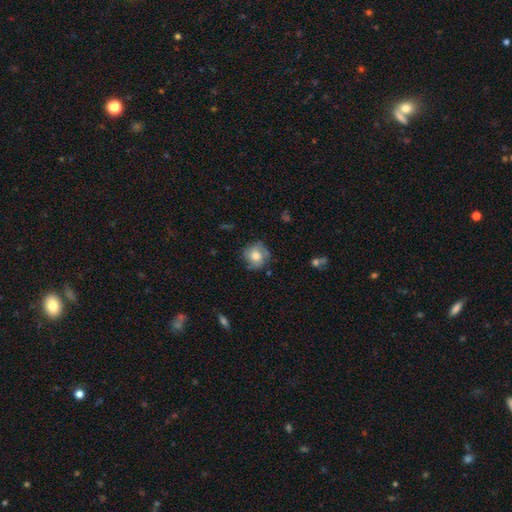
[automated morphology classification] Q: Smooth or featured?
A: smooth (65%); runner-up: featured or disk (27%)
Q: How rounded?
A: round (83%); runner-up: in between (16%)
Q: Merging?
A: none (68%); runner-up: minor disturbance (23%)